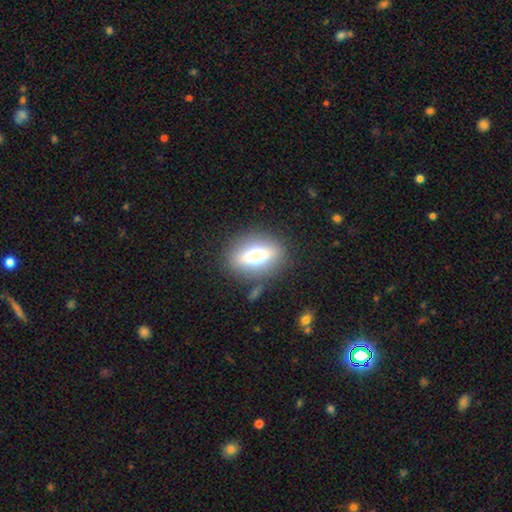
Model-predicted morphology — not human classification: smooth 52%, featured or disk 36%, star or artifact 12%. Down the decision tree: how rounded — in between (65%); merging — none (82%).